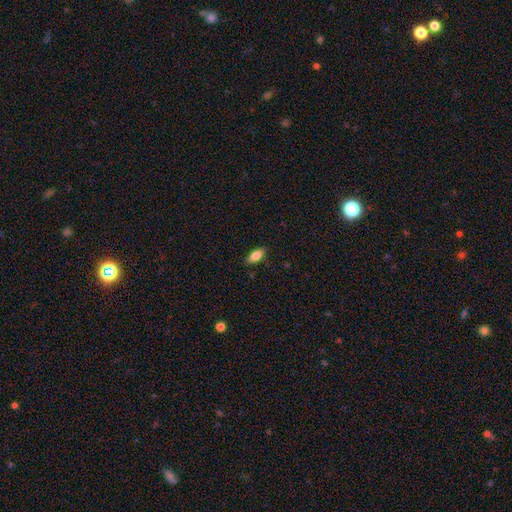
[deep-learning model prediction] A smooth galaxy with no disk features (79%) that is in between round and cigar-shaped (82%).

Vote fractions:
- Smooth or featured? smooth: 79% / featured or disk: 13% / star or artifact: 7%
- How rounded? in between: 82% / cigar-shaped: 15% / round: 3%
- Merging? none: 86% / minor disturbance: 11% / major disturbance: 2% / merger: 1%